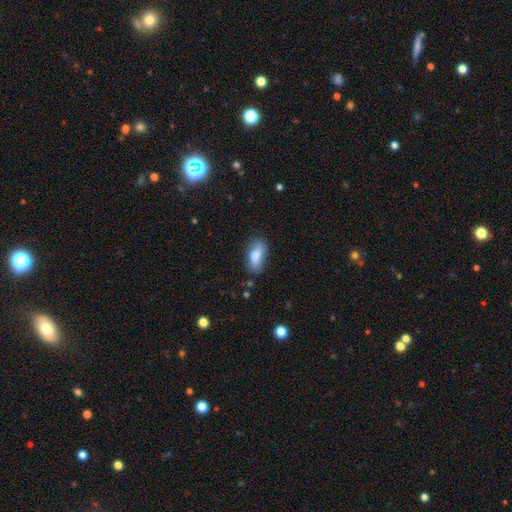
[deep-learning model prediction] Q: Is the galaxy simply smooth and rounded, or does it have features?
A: smooth — 82%.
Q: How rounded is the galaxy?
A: in between — 86%.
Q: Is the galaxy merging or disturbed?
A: none — 69%.